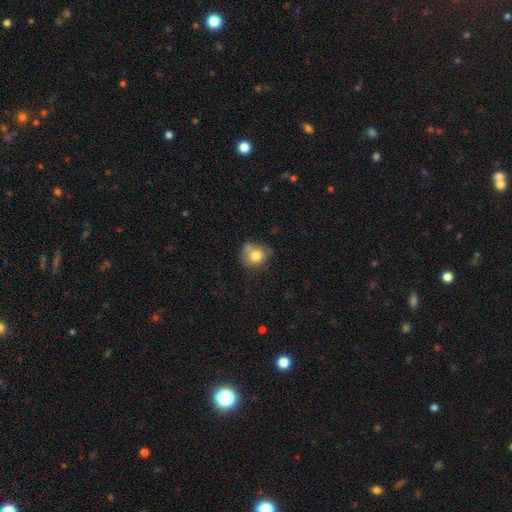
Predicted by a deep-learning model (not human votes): smooth-or-featured: smooth: 76% | featured or disk: 14% | star or artifact: 10%
  how-rounded: round: 79% | in between: 20% | cigar-shaped: 1%
  merging: none: 54% | minor disturbance: 28% | merger: 10% | major disturbance: 9%